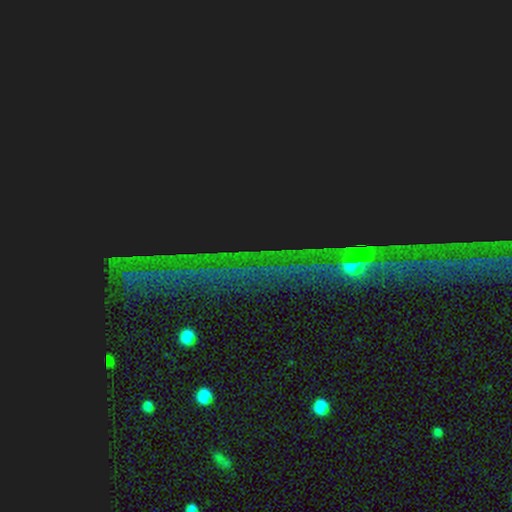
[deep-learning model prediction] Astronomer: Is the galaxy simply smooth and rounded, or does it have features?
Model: star or artifact — 86%.